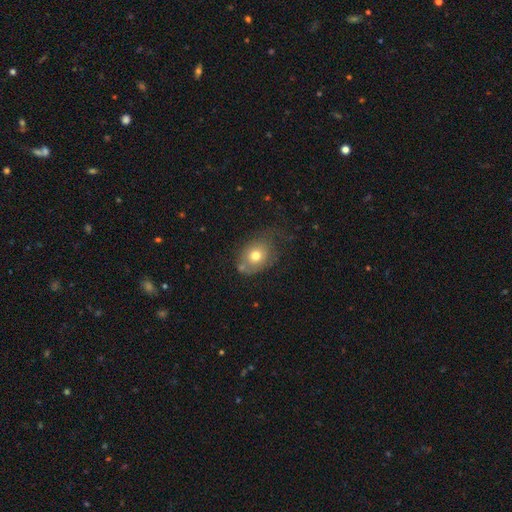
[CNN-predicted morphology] The model was most divided on "how rounded": in between: 56%, round: 43%, cigar-shaped: 1%. More confident: smooth or featured — smooth (70%); merging — none (51%).